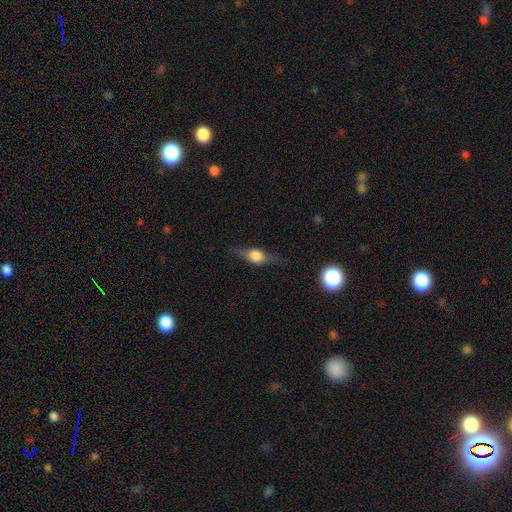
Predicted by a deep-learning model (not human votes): Smooth or featured: featured or disk — 57% (smooth — 34%)
Edge-on disk: yes — 94% (no — 6%)
Edge-on bulge: rounded — 91% (boxy — 7%)
Merging: none — 77% (minor disturbance — 16%)